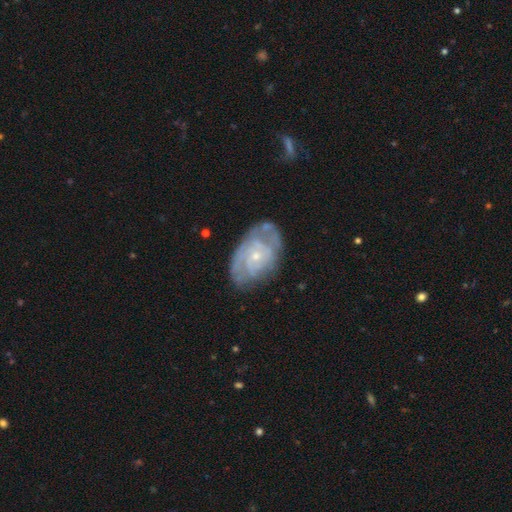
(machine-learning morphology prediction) Overall: featured or disk (78%). Edge-on disk: no (96%). Bar: no (74%). Spiral arms: yes (84%). Spiral arm count: can't tell (46%; 2 27%). Spiral winding: tight (60%; medium 31%). Bulge size: small (72%). Merging: none (66%).